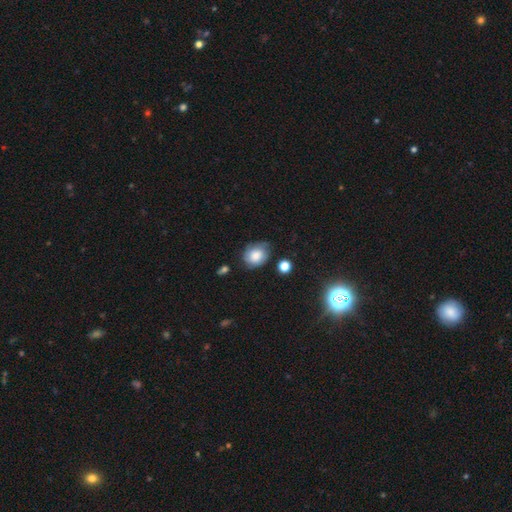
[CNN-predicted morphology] A smooth galaxy with no disk features (64%) that is round (55%). Merging: none (60%).